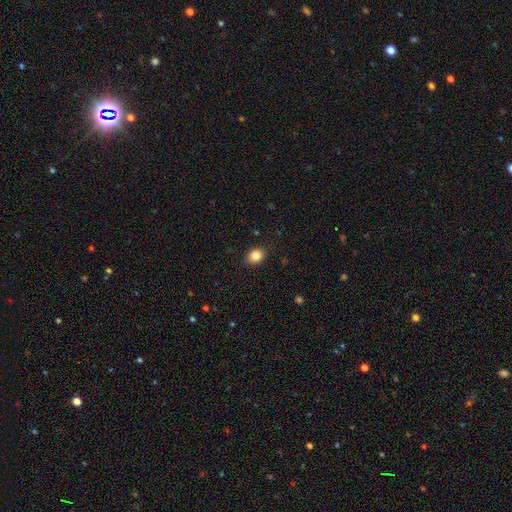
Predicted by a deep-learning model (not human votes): The model was most divided on "how rounded": round: 61%, in between: 38%, cigar-shaped: 1%. More confident: merging — none (87%); smooth or featured — smooth (85%).